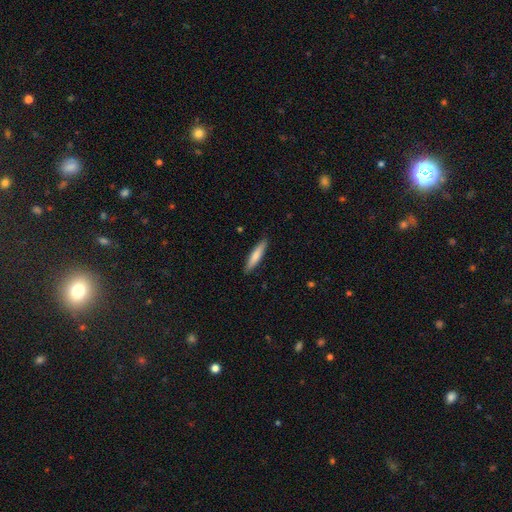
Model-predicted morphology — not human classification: A smooth galaxy with no disk features (77%) that is cigar-shaped (85%).

Vote fractions:
- Smooth or featured? smooth: 77% / featured or disk: 18% / star or artifact: 5%
- How rounded? cigar-shaped: 85% / in between: 14% / round: 1%
- Merging? none: 89% / minor disturbance: 8% / major disturbance: 2% / merger: 1%